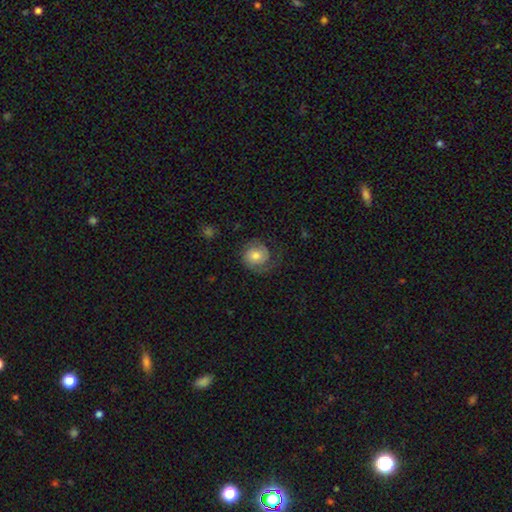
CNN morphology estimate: Q: Smooth or featured?
A: featured or disk (59%); runner-up: smooth (34%)
Q: Edge-on disk?
A: no (97%); runner-up: yes (3%)
Q: Bar?
A: no (73%); runner-up: weak (23%)
Q: Spiral arms?
A: yes (90%); runner-up: no (10%)
Q: Spiral winding?
A: tight (45%); runner-up: medium (34%)
Q: Spiral arm count?
A: 1 (45%); runner-up: 2 (41%)
Q: Bulge size?
A: moderate (64%); runner-up: small (21%)
Q: Merging?
A: none (62%); runner-up: major disturbance (19%)